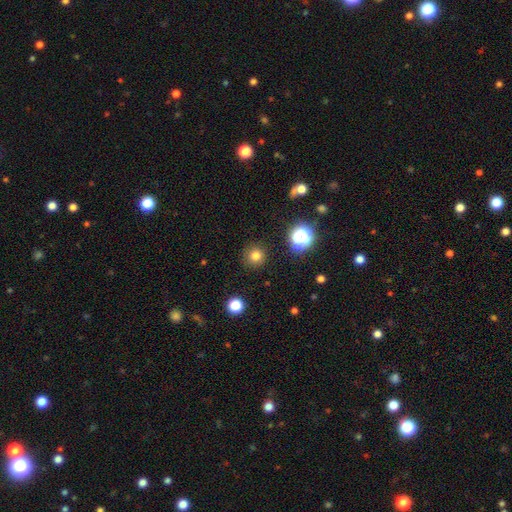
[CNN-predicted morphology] This appears to be a smooth galaxy with no disk features (78%) that is round (95%). Merging: none (90%).